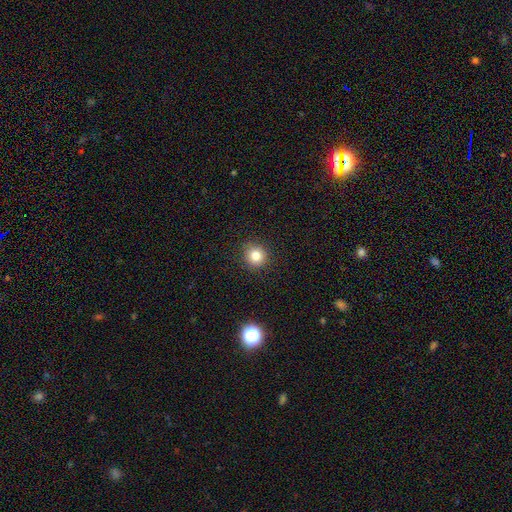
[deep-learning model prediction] smooth_or_featured: smooth (p=0.81) [alt: star or artifact p=0.12]
how_rounded: round (p=0.93) [alt: in between p=0.06]
merging: none (p=0.91) [alt: minor disturbance p=0.06]